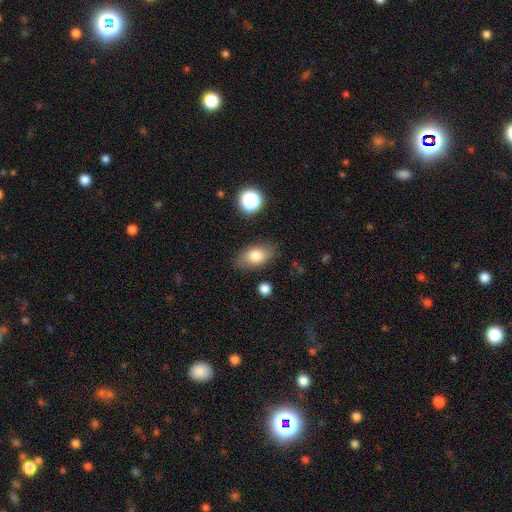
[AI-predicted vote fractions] A smooth galaxy with no disk features (78%) that is in between round and cigar-shaped (88%). Merging: none (80%).